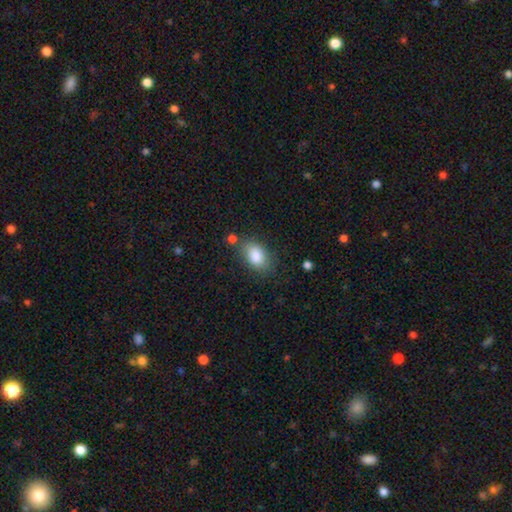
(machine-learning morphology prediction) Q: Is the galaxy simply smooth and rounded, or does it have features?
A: smooth — 85%.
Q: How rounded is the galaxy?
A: in between — 85%.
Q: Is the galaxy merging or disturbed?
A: none — 72%.